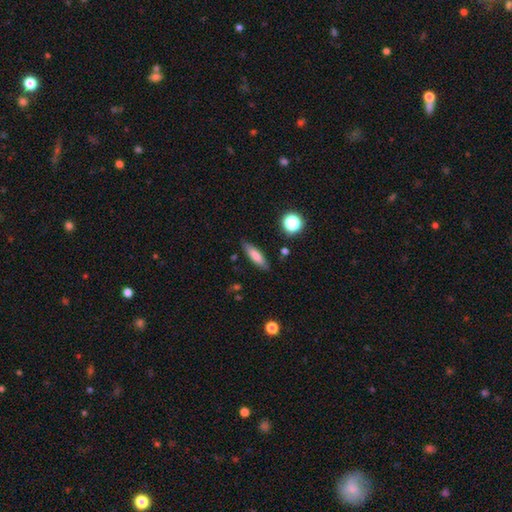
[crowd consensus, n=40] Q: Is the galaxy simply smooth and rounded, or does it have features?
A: smooth — 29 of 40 (72%).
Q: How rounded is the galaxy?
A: cigar-shaped — 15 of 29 (52%).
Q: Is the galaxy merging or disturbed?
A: none — 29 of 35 (83%).